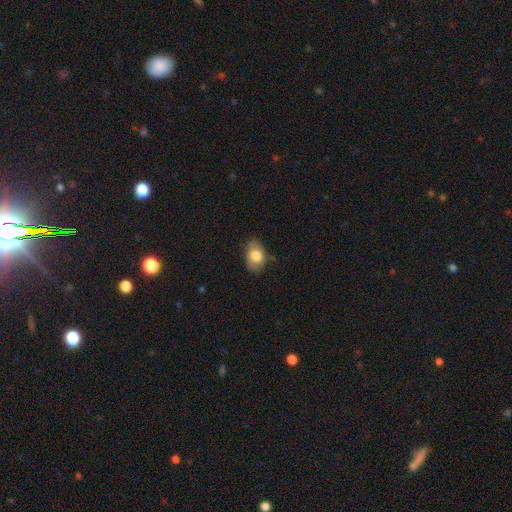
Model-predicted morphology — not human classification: type=smooth (78%); roundness=in between (88%); merging=none (76%).